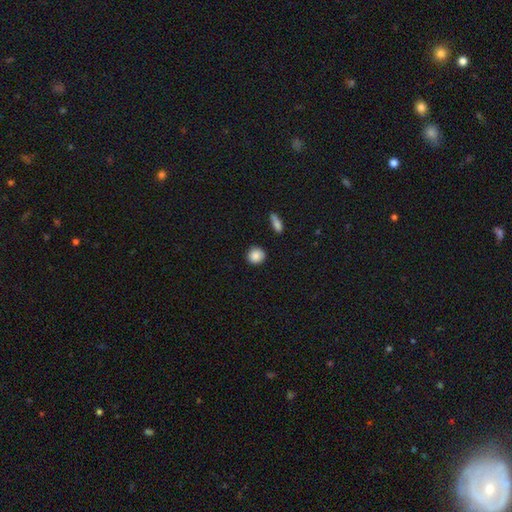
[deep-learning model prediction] The model was most divided on "how rounded": round: 89%, in between: 10%, cigar-shaped: 1%. More confident: merging — none (88%); smooth or featured — smooth (88%).